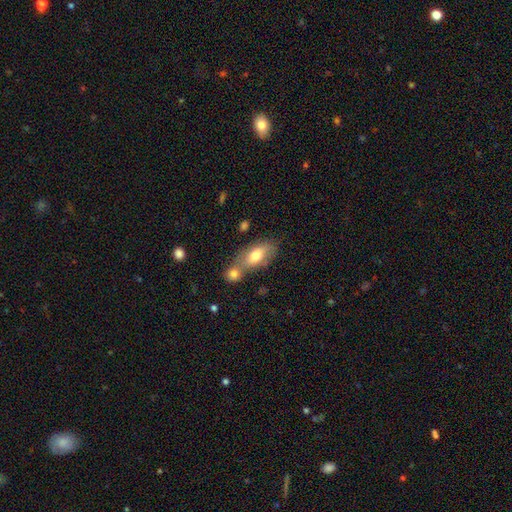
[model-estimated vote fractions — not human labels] Overall: smooth (70%). How rounded: in between (86%). Merging: merger (41%, tied with none).